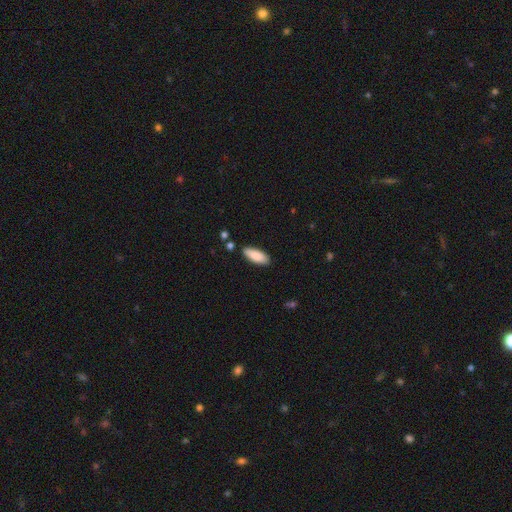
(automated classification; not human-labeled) A smooth galaxy with no disk features (86%) that is in between round and cigar-shaped (72%).

Vote fractions:
- Smooth or featured? smooth: 86% / featured or disk: 8% / star or artifact: 6%
- How rounded? in between: 72% / cigar-shaped: 26% / round: 2%
- Merging? none: 84% / minor disturbance: 11% / merger: 3% / major disturbance: 2%